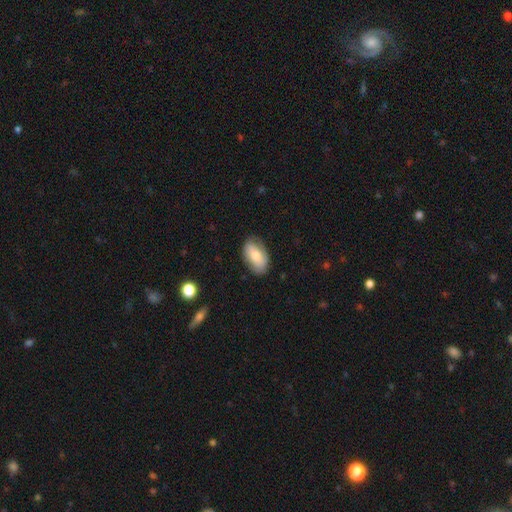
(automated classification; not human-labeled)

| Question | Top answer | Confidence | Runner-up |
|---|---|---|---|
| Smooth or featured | smooth | 68% | featured or disk (25%) |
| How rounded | in between | 92% | round (5%) |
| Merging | none | 79% | minor disturbance (16%) |